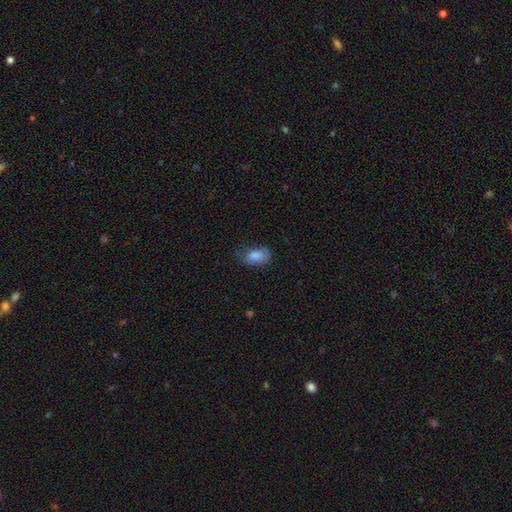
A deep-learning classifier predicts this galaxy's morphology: Smooth or featured? smooth (82%)
How rounded? in between (89%)
Merging? none (52%)